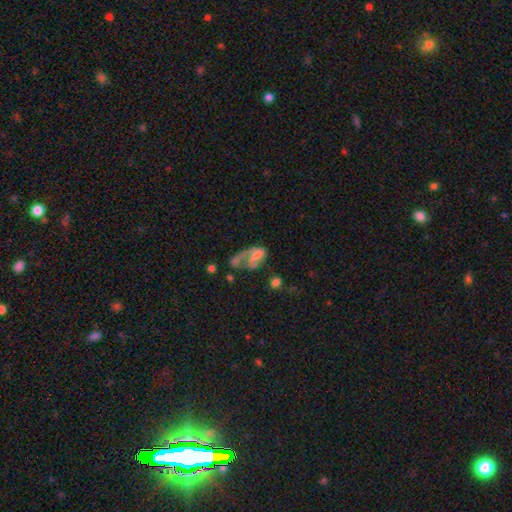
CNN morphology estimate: Smooth or featured?
  - featured or disk: 56% *
  - smooth: 33%
  - star or artifact: 11%
Edge-on disk?
  - no: 97% *
  - yes: 3%
Bar?
  - no: 68% *
  - weak: 23%
  - strong: 9%
Spiral arms?
  - yes: 59% *
  - no: 41%
Bulge size?
  - none: 57% *
  - small: 21%
  - moderate: 14%
  - large: 6%
  - dominant: 2%
Merging?
  - major disturbance: 50% *
  - none: 20%
  - minor disturbance: 15%
  - merger: 15%